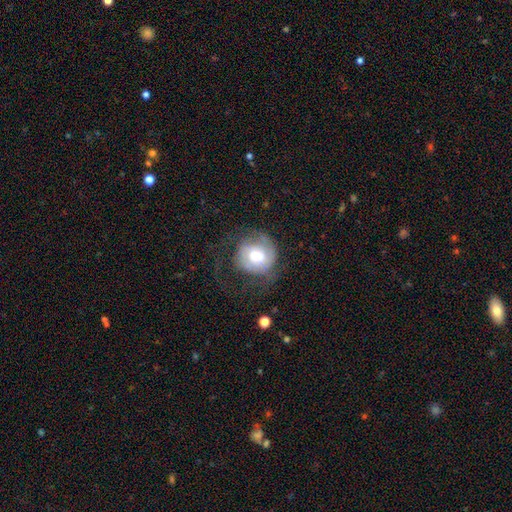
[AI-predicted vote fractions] smooth_or_featured: featured or disk (p=0.57) [alt: smooth p=0.35]
disk_edge_on: no (p=0.97) [alt: yes p=0.03]
bar: no (p=0.67) [alt: weak p=0.27]
has_spiral_arms: yes (p=0.79) [alt: no p=0.21]
bulge_size: moderate (p=0.55) [alt: small p=0.24]
merging: none (p=0.48) [alt: major disturbance p=0.31]